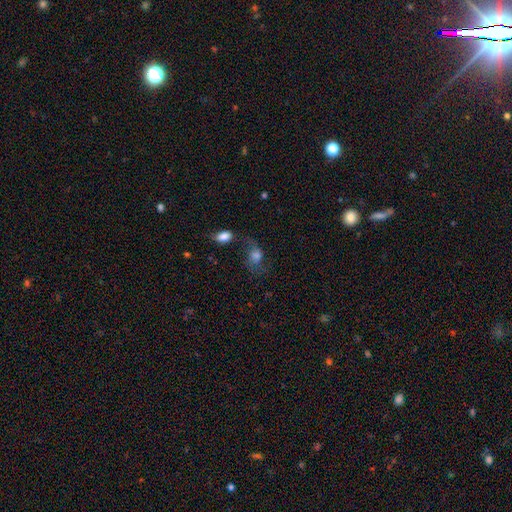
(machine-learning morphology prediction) Q: Smooth or featured?
A: featured or disk (44%); runner-up: smooth (41%)
Q: Merging?
A: none (46%); runner-up: major disturbance (20%)